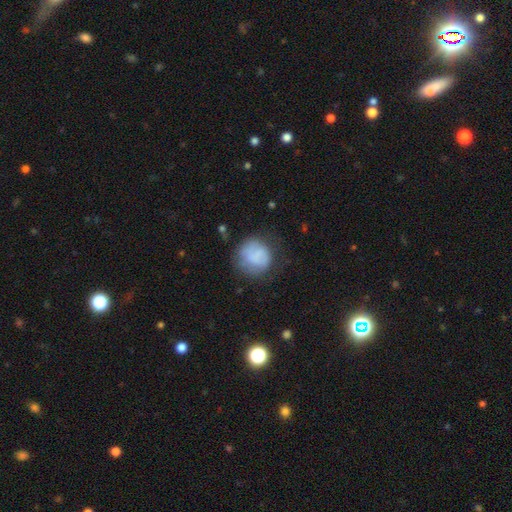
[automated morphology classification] Smooth or featured?
  - smooth: 70% *
  - featured or disk: 21%
  - star or artifact: 8%
How rounded?
  - round: 87% *
  - in between: 12%
  - cigar-shaped: 1%
Merging?
  - none: 60% *
  - minor disturbance: 23%
  - major disturbance: 15%
  - merger: 2%